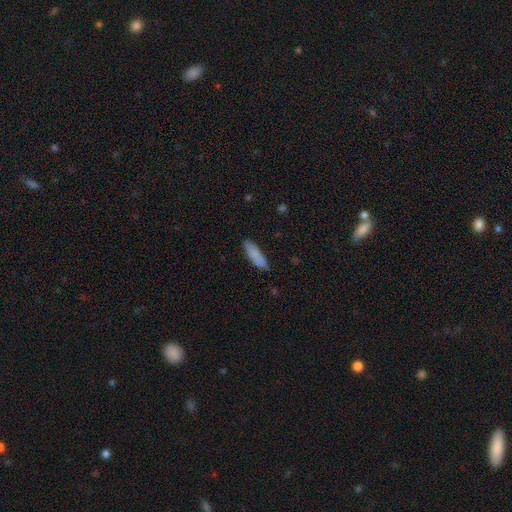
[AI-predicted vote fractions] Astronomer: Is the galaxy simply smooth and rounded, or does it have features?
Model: smooth — 81%.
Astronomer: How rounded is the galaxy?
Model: cigar-shaped — 51% (runner-up: in between, 47%).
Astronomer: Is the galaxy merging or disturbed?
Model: none — 79%.